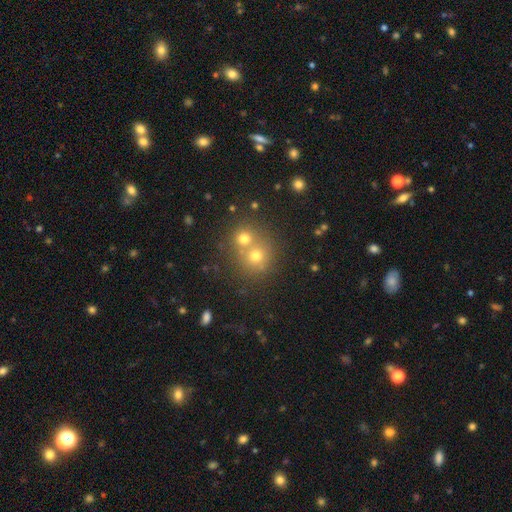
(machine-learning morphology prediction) A smooth galaxy with no disk features (68%) that is round (86%).

Vote fractions:
- Smooth or featured? smooth: 68% / star or artifact: 18% / featured or disk: 14%
- How rounded? round: 86% / in between: 14% / cigar-shaped: 1%
- Merging? merger: 45% (tied) / none: 45% (tied) / minor disturbance: 7% / major disturbance: 3%